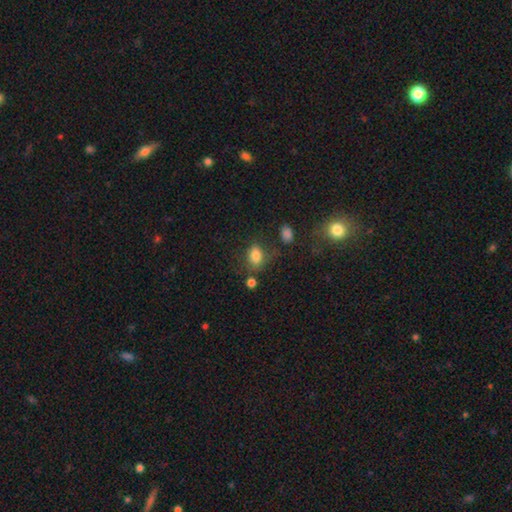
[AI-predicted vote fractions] smooth 80%, star or artifact 12%, featured or disk 8%. Down the decision tree: how rounded — in between (75%); merging — none (60%).